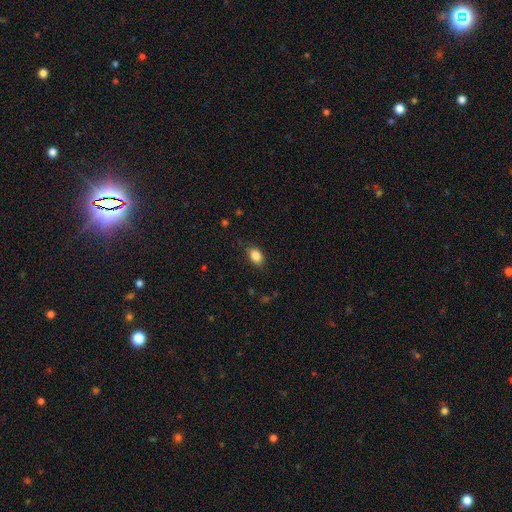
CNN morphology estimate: Smooth or featured?
  - smooth: 86% *
  - star or artifact: 9%
  - featured or disk: 6%
How rounded?
  - in between: 81% *
  - round: 18%
  - cigar-shaped: 2%
Merging?
  - none: 81% *
  - minor disturbance: 15%
  - major disturbance: 3%
  - merger: 1%